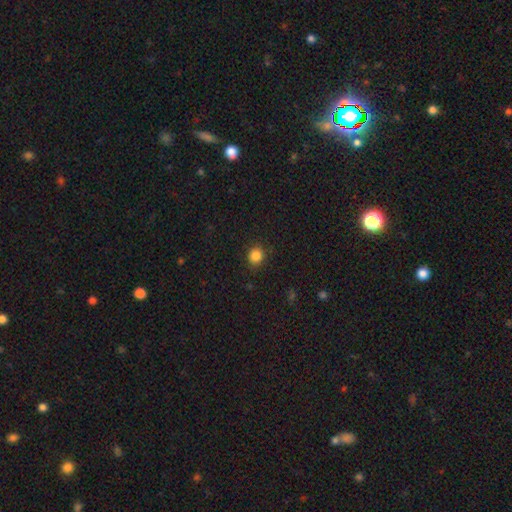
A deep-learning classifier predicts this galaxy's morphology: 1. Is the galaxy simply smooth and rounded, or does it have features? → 85% smooth, 11% star or artifact, 4% featured or disk.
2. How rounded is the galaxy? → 83% round, 16% in between, 1% cigar-shaped.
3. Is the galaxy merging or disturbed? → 88% none, 8% minor disturbance, 2% major disturbance, 1% merger.